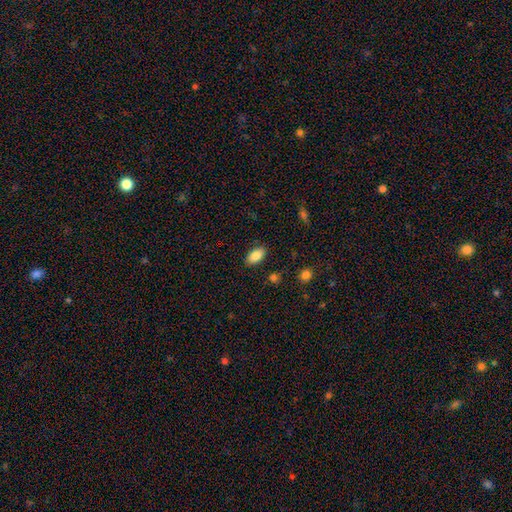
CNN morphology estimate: Q: Smooth or featured?
A: smooth (86%); runner-up: star or artifact (8%)
Q: How rounded?
A: in between (93%); runner-up: round (4%)
Q: Merging?
A: none (86%); runner-up: minor disturbance (10%)